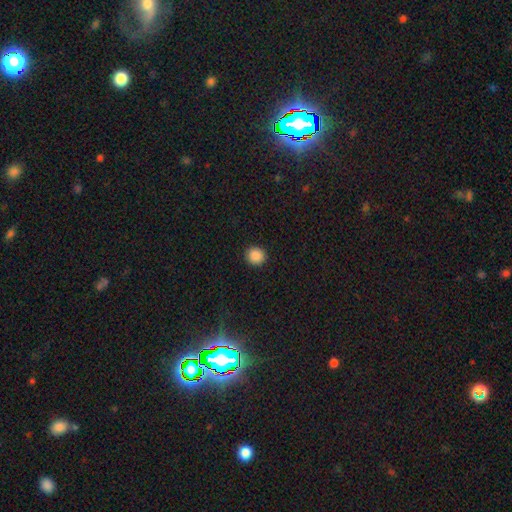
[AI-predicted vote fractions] This is clearly a smooth galaxy (88%). How rounded: clearly round (93%). Merging: clearly none (93%).